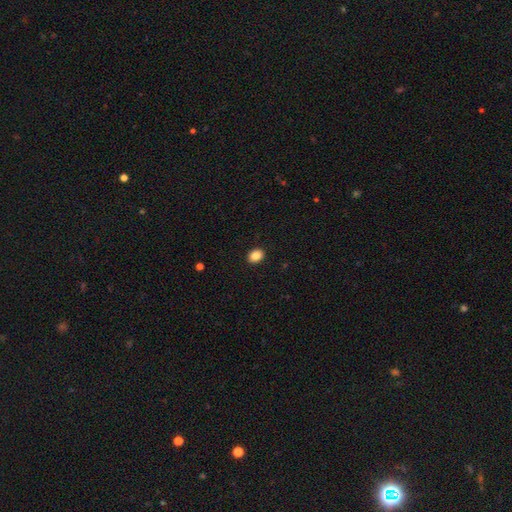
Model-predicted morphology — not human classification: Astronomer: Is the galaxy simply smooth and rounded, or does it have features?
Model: smooth — 86%.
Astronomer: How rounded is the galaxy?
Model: in between — 62% (runner-up: round, 37%).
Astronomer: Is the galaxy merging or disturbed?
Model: none — 91%.